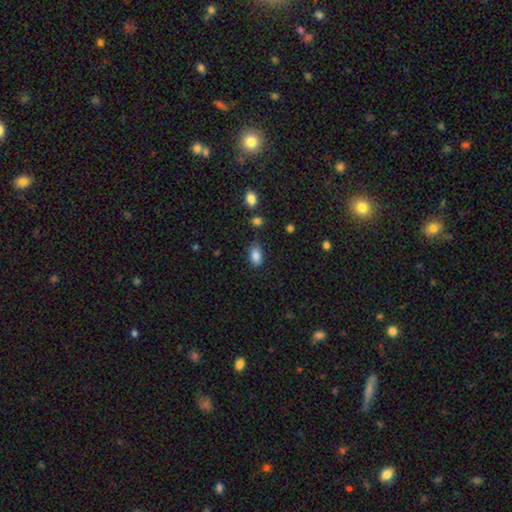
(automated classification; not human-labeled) Smooth or featured: smooth — 86% (star or artifact — 9%)
How rounded: in between — 90% (round — 8%)
Merging: none — 79% (minor disturbance — 15%)